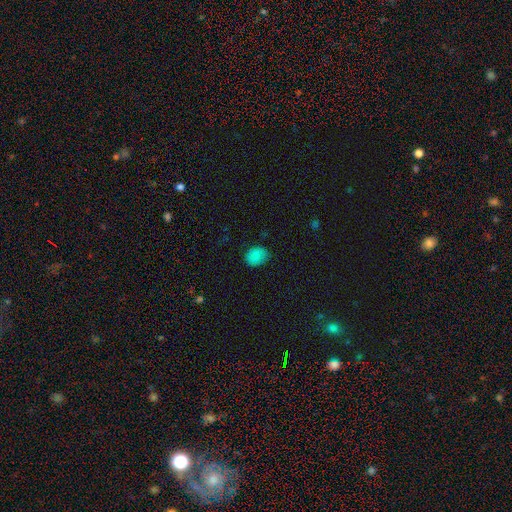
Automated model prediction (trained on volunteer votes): Smooth or featured? smooth (84%)
How rounded? in between (55%)
Merging? none (77%)